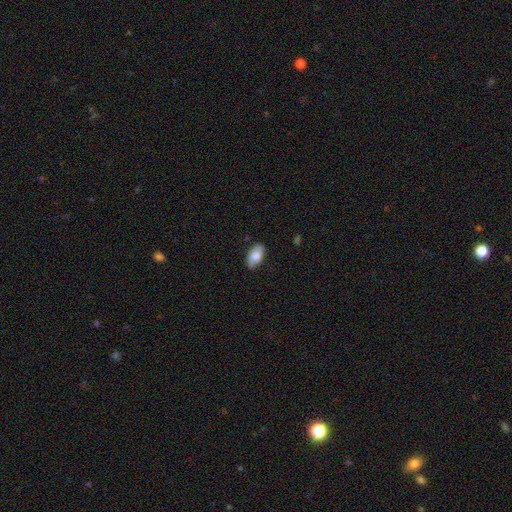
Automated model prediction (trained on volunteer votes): smooth 81%, featured or disk 13%, star or artifact 7%. Down the decision tree: how rounded — in between (94%); merging — none (83%).